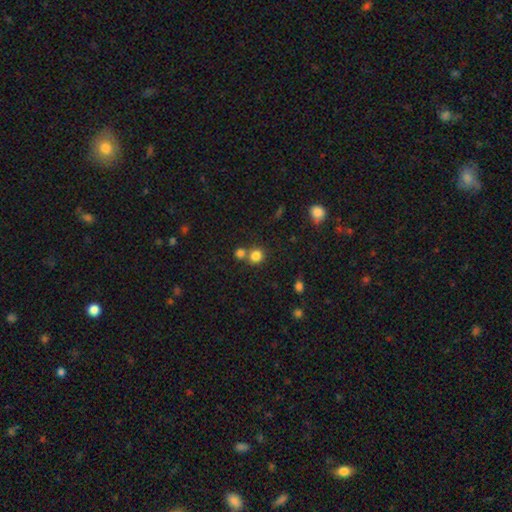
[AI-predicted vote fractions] Smooth or featured? smooth (81%)
How rounded? round (86%)
Merging? none (57%)